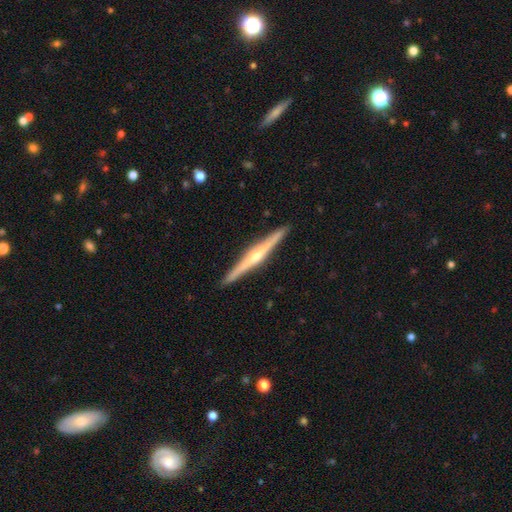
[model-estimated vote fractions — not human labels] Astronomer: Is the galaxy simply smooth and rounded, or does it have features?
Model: featured or disk — 79%.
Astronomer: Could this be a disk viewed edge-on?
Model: yes — 98%.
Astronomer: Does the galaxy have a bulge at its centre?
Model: rounded — 81%.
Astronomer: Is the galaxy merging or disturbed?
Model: none — 92%.